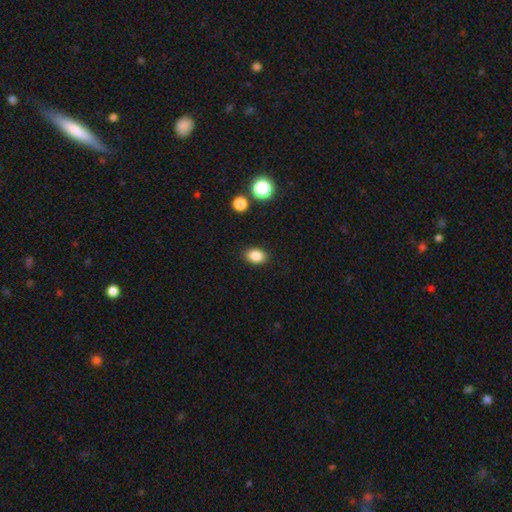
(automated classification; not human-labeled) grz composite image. It shows a smooth galaxy with no disk features (85%) that is in between round and cigar-shaped (76%). Merging: none (89%).